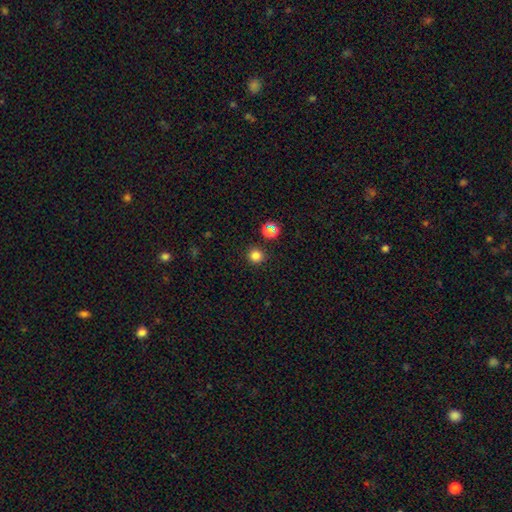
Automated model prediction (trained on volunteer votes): smooth 81%, star or artifact 15%, featured or disk 4%. Down the decision tree: how rounded — round (94%); merging — none (90%).